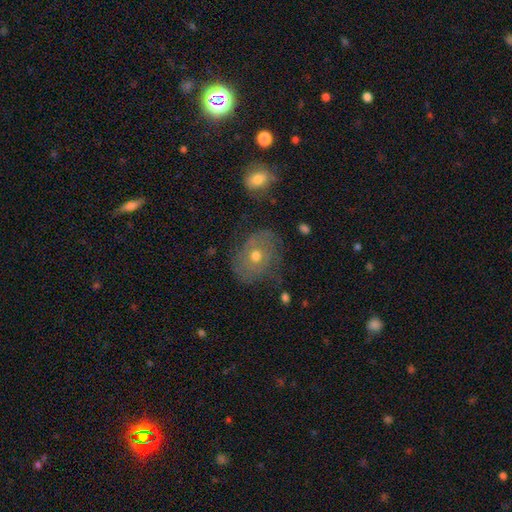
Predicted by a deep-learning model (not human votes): Morphology: type=featured or disk (53%); edge-on=no (95%); merging=none (69%).